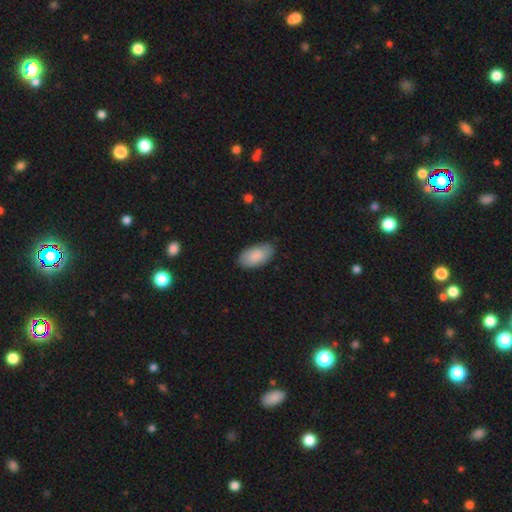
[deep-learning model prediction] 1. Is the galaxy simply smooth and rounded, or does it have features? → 87% smooth, 7% featured or disk, 6% star or artifact.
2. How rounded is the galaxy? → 95% in between, 3% round, 2% cigar-shaped.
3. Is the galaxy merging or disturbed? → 82% none, 14% minor disturbance, 3% major disturbance, 1% merger.